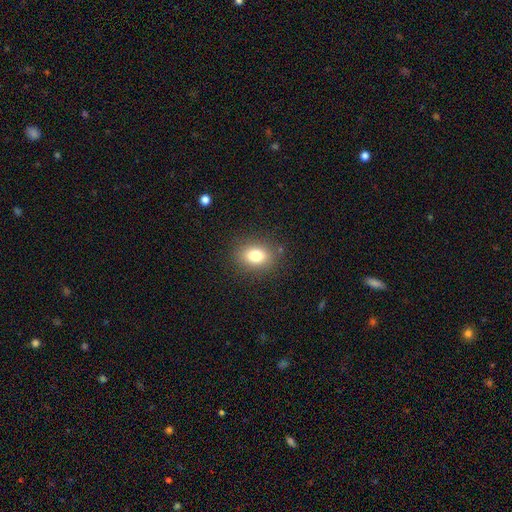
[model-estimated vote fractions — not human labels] The model was most divided on "how rounded": in between: 68%, round: 30%, cigar-shaped: 1%. More confident: merging — none (85%); smooth or featured — smooth (80%).